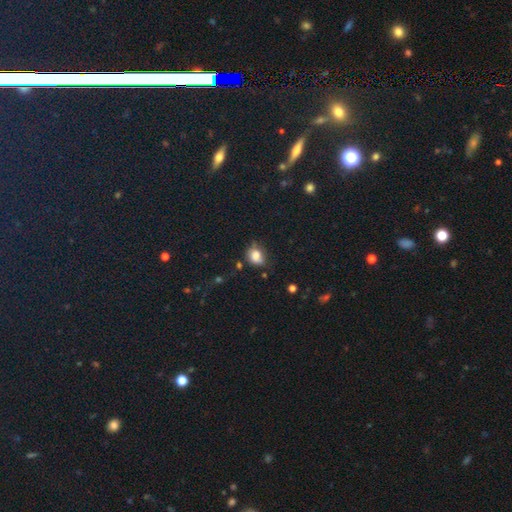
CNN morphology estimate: Overall: smooth (78%). How rounded: in between (50%; round 48%). Merging: none (51%; minor disturbance 32%).